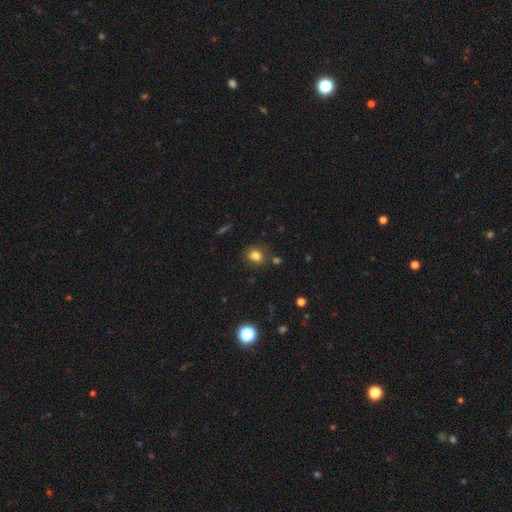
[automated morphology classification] Q: Smooth or featured?
A: smooth (79%); runner-up: star or artifact (14%)
Q: How rounded?
A: in between (52%); runner-up: round (46%)
Q: Merging?
A: none (71%); runner-up: minor disturbance (17%)